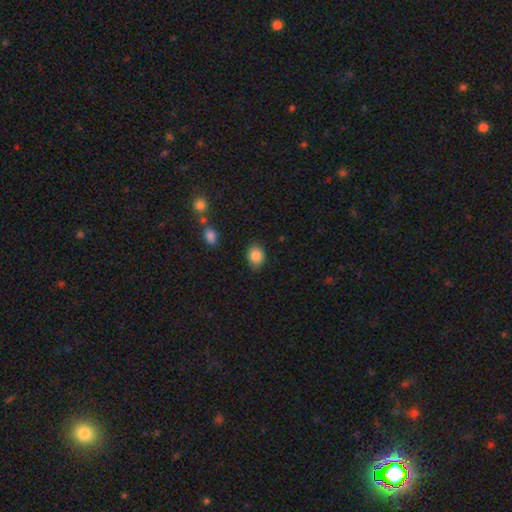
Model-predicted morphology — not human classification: The model was most divided on "how rounded": in between: 56%, round: 43%, cigar-shaped: 1%. More confident: smooth or featured — smooth (86%); merging — none (82%).